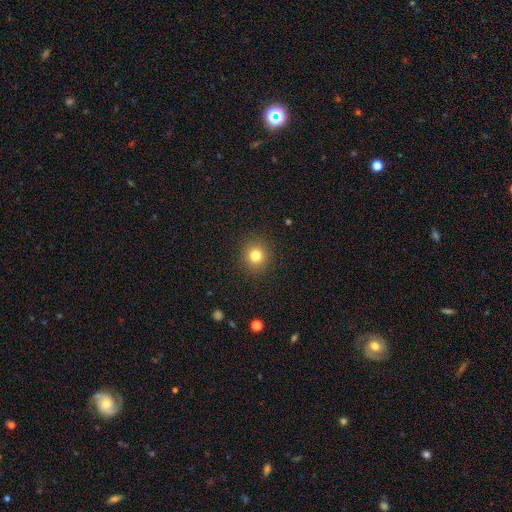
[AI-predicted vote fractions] Morphology: type=smooth (80%); roundness=round (92%); merging=none (90%).